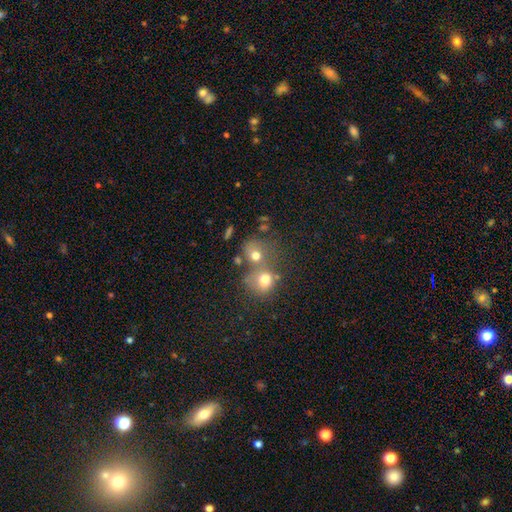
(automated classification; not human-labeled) This is likely a smooth galaxy (69%). How rounded: likely round (68%). Merging: possibly merger (55%).